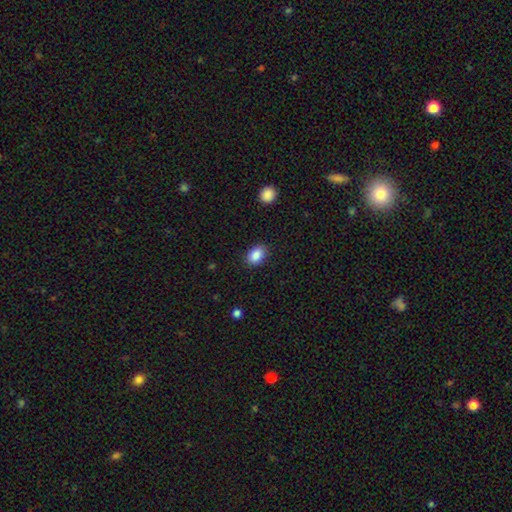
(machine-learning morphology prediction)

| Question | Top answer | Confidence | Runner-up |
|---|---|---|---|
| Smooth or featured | smooth | 88% | star or artifact (8%) |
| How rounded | in between | 81% | round (18%) |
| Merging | none | 87% | minor disturbance (10%) |